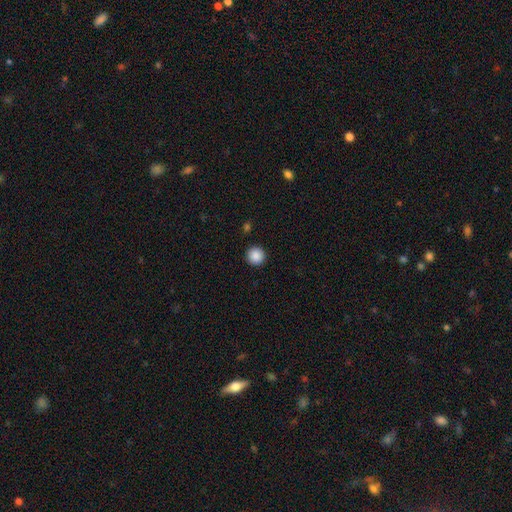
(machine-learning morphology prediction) This is clearly a smooth galaxy (88%). How rounded: clearly round (96%). Merging: clearly none (93%).